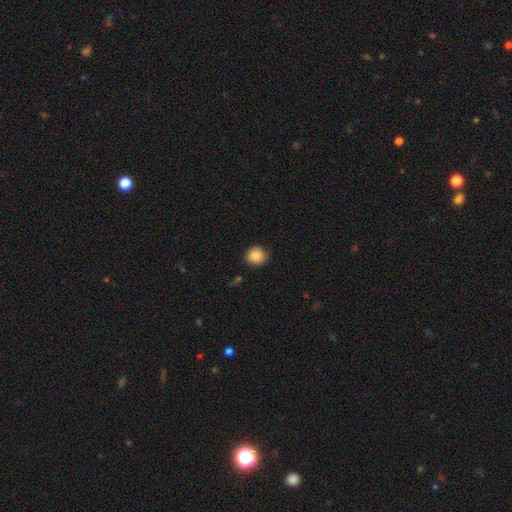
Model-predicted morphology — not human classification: smooth 87%, star or artifact 9%, featured or disk 5%. Down the decision tree: how rounded — round (89%); merging — none (89%).